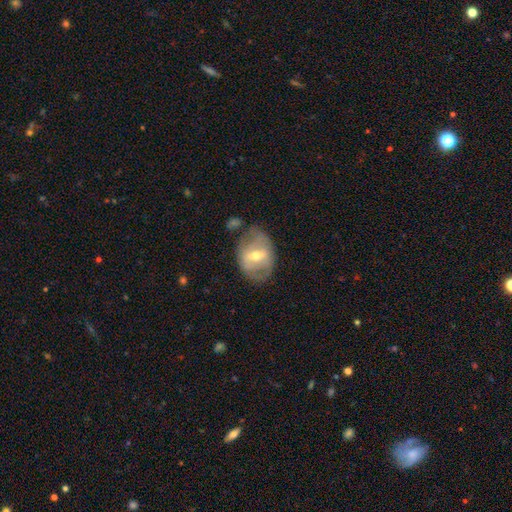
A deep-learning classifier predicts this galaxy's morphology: This appears to be a featured or disk galaxy (64%) with a strong bar (47%), no spiral arms (56%) and a moderate central bulge (63%). Merging: none (60%).